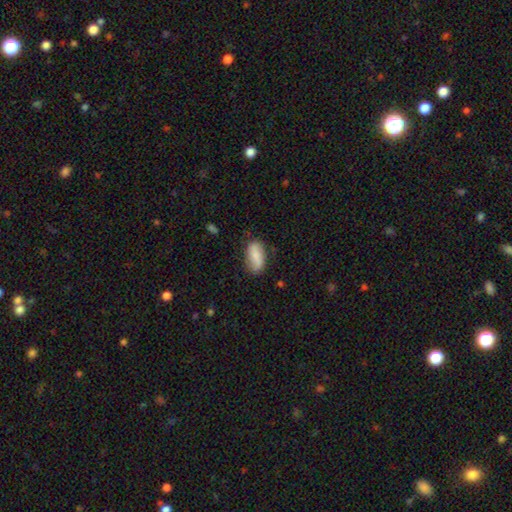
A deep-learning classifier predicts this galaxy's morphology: A smooth galaxy with no disk features (74%) that is in between round and cigar-shaped (89%).

Vote fractions:
- Smooth or featured? smooth: 74% / featured or disk: 19% / star or artifact: 7%
- How rounded? in between: 89% / cigar-shaped: 8% / round: 3%
- Merging? none: 72% / minor disturbance: 21% / major disturbance: 5% / merger: 2%